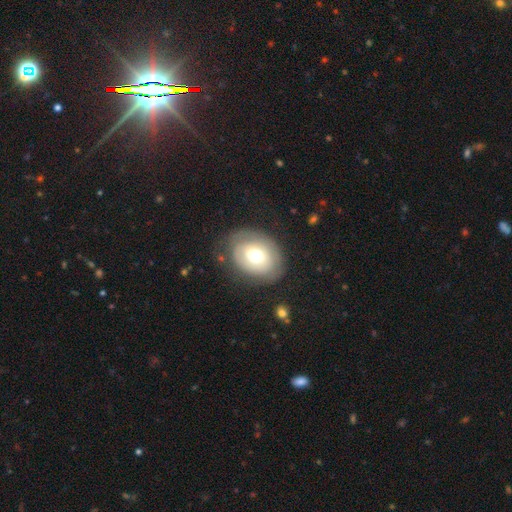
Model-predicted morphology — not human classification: The model was most divided on "how rounded": in between: 56%, round: 43%, cigar-shaped: 1%. More confident: merging — none (67%); smooth or featured — smooth (56%).